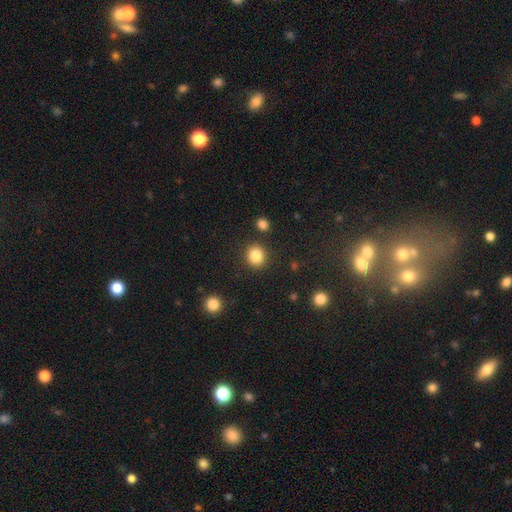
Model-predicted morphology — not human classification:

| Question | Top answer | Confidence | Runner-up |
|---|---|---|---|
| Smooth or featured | smooth | 85% | star or artifact (10%) |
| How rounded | round | 86% | in between (13%) |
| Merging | none | 88% | minor disturbance (6%) |